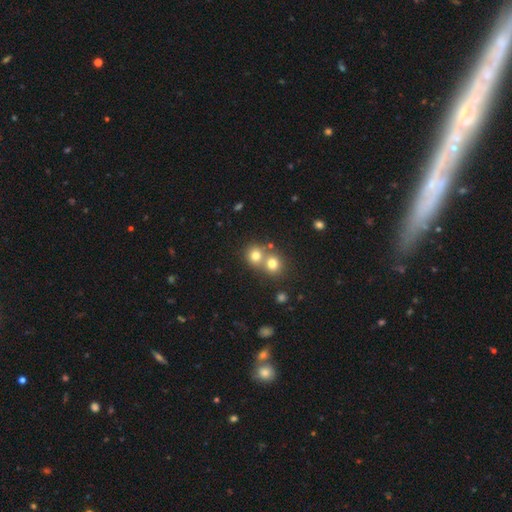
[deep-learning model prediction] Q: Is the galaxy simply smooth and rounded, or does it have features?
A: smooth — 75%.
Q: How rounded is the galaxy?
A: round — 82%.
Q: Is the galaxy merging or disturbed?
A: merger — 51%.